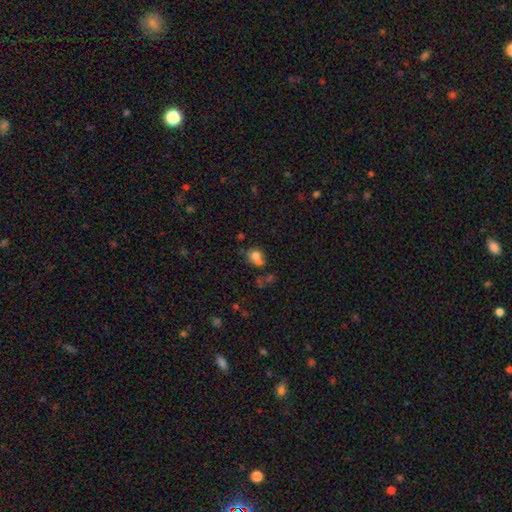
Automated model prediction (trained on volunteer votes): Smooth or featured? Predicted: smooth (p=0.71). How rounded? Predicted: round (p=0.63). Merging? Predicted: merger (p=0.39).